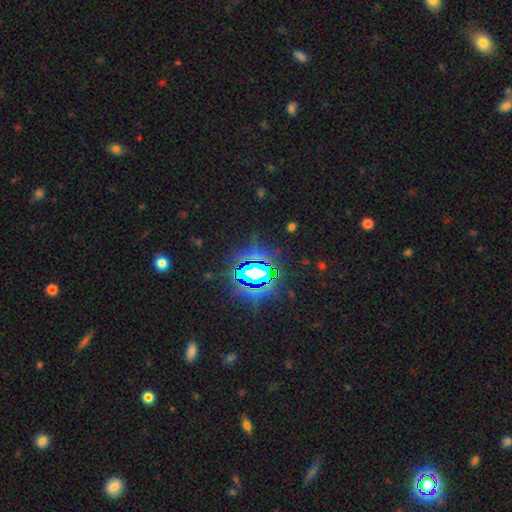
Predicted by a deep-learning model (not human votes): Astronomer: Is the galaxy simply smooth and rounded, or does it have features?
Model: star or artifact — 84%.